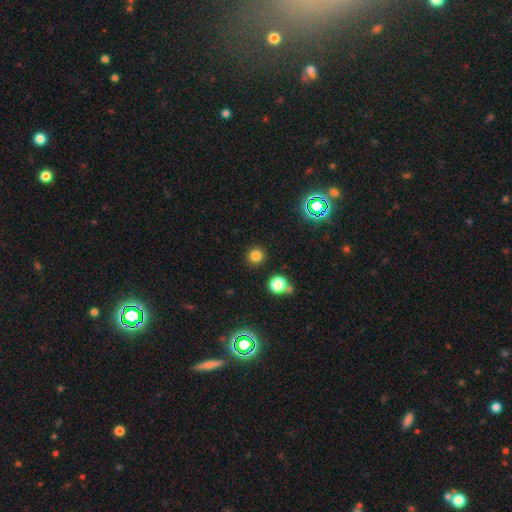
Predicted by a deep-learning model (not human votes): smooth-or-featured: smooth: 80% | star or artifact: 15% | featured or disk: 4%
  how-rounded: round: 93% | in between: 6% | cigar-shaped: 1%
  merging: none: 90% | minor disturbance: 6% | merger: 3% | major disturbance: 2%